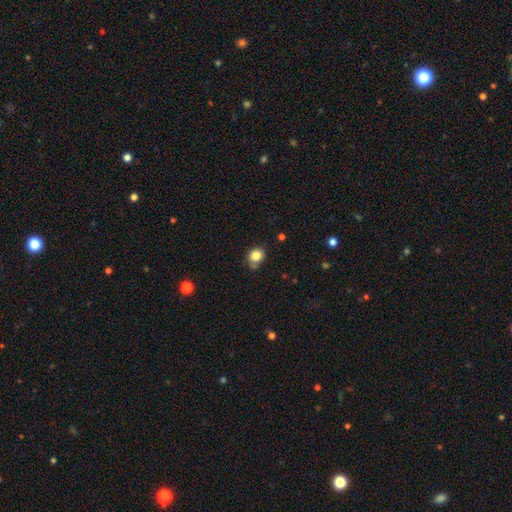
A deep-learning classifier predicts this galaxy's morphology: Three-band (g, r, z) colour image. It shows a smooth galaxy with no disk features (82%) that is round (69%). Merging: none (69%).